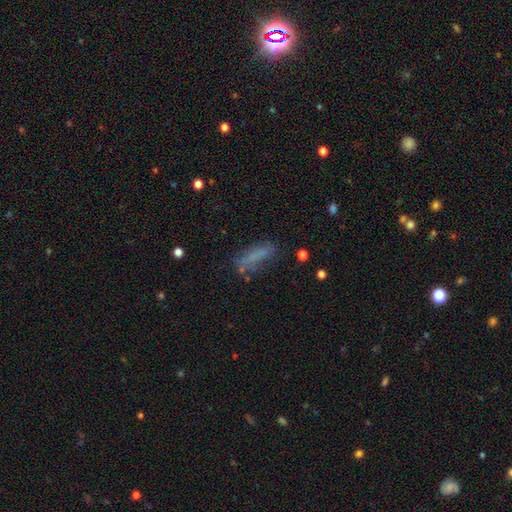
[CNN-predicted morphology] Smooth or featured? Predicted: smooth (p=0.66). How rounded? Predicted: cigar-shaped (p=0.63). Merging? Predicted: none (p=0.56).